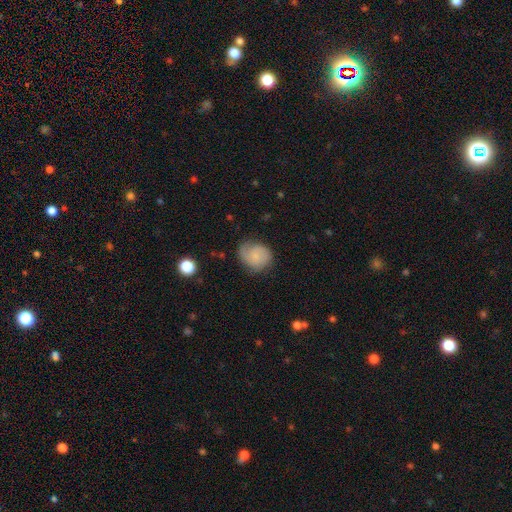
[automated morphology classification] The model was most divided on "smooth or featured": smooth: 54%, featured or disk: 38%, star or artifact: 8%. More confident: how rounded — round (68%); merging — none (65%).